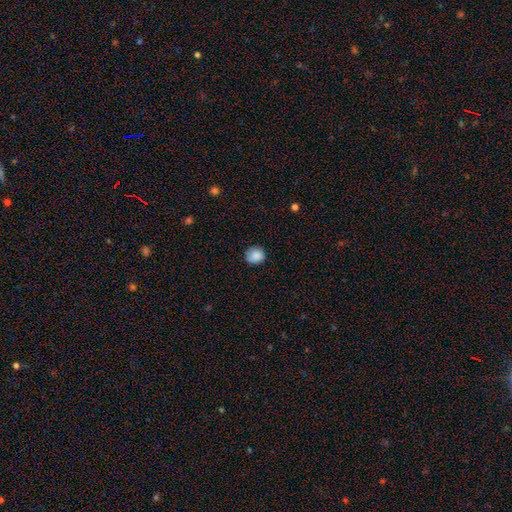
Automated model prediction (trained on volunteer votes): This appears to be a smooth galaxy with no disk features (86%) that is round (81%). Merging: none (76%).